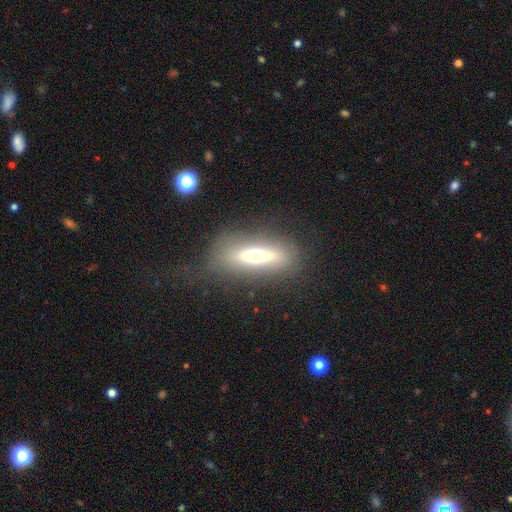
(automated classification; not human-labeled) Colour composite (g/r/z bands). It shows a smooth galaxy with no disk features (46%). Merging: none (72%).